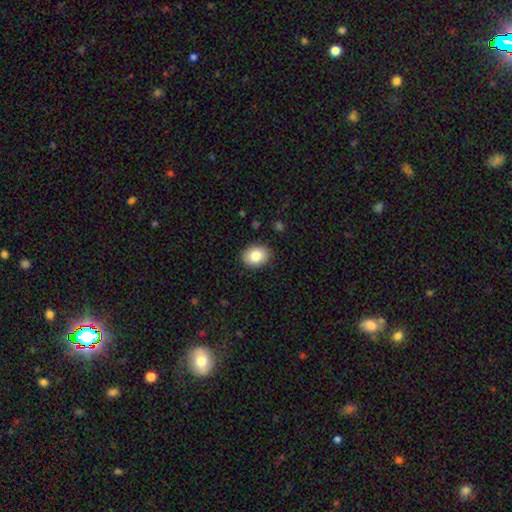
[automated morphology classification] smooth_or_featured: smooth (p=0.83) [alt: featured or disk p=0.09]
how_rounded: in between (p=0.66) [alt: round p=0.33]
merging: none (p=0.89) [alt: minor disturbance p=0.08]